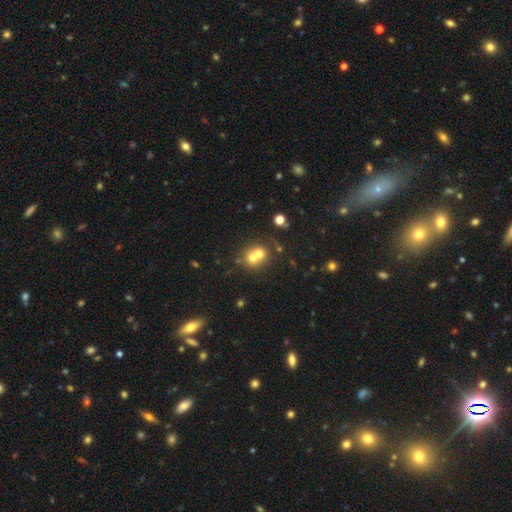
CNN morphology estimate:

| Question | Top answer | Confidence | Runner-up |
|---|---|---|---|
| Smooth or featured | smooth | 63% | featured or disk (23%) |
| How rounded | round | 78% | in between (21%) |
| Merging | merger | 61% | none (30%) |